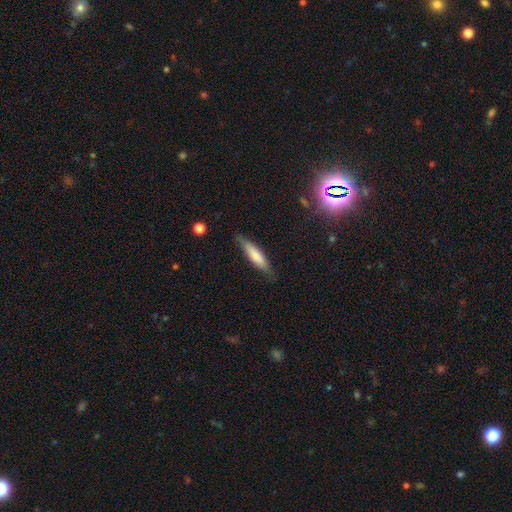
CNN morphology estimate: smooth 71%, featured or disk 23%, star or artifact 6%. Down the decision tree: how rounded — cigar-shaped (76%); merging — none (79%).